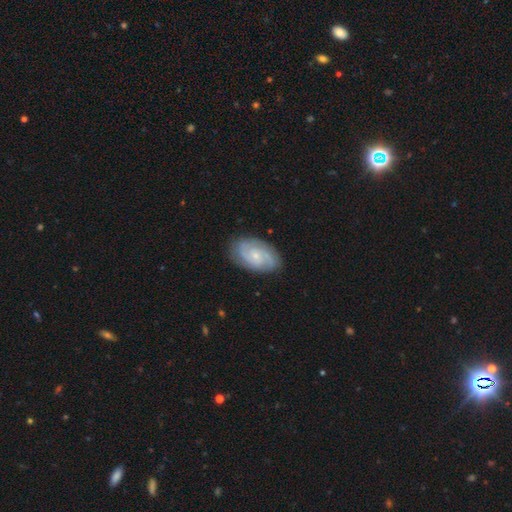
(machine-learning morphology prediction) Smooth or featured? featured or disk (82%)
Edge-on disk? no (97%)
Bar? no (64%)
Spiral arms? yes (96%)
Spiral winding? tight (57%)
Spiral arm count? 2 (58%)
Bulge size? small (73%)
Merging? none (83%)